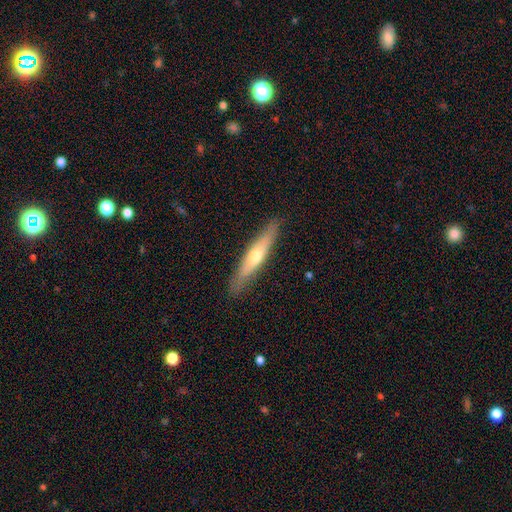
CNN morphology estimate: smooth-or-featured: featured or disk: 51% | smooth: 44% | star or artifact: 6%
  disk-edge-on: yes: 86% | no: 14%
  merging: none: 88% | minor disturbance: 9% | major disturbance: 2% | merger: 1%